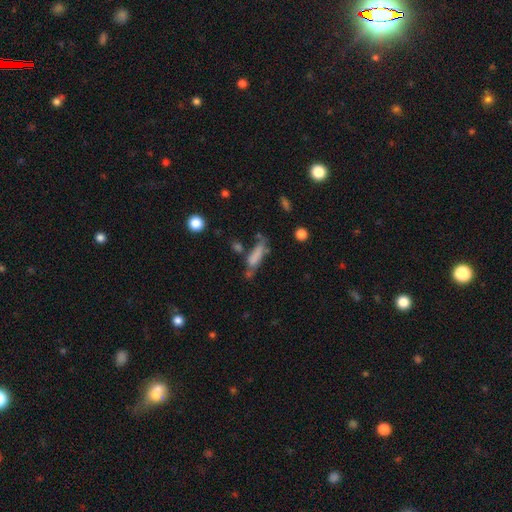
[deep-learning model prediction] The model was most divided on "merging": none: 42%, minor disturbance: 25%, merger: 17%, major disturbance: 16%. More confident: smooth or featured — smooth (71%); how rounded — cigar-shaped (63%).